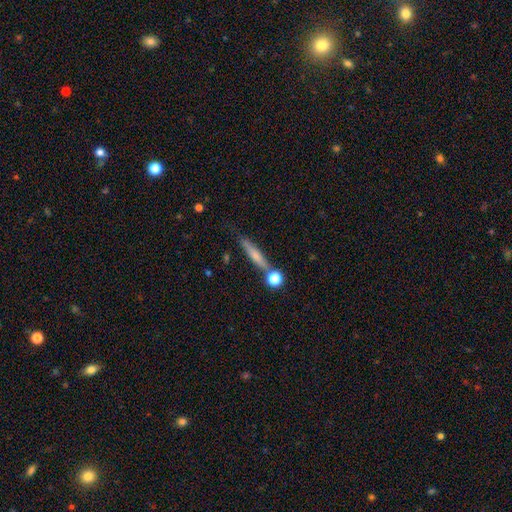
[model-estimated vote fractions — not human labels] A smooth galaxy with no disk features (53%) that is cigar-shaped (86%).

Vote fractions:
- Smooth or featured? smooth: 53% / featured or disk: 39% / star or artifact: 8%
- How rounded? cigar-shaped: 86% / in between: 10% / round: 4%
- Merging? none: 70% / minor disturbance: 13% / merger: 13% / major disturbance: 4%